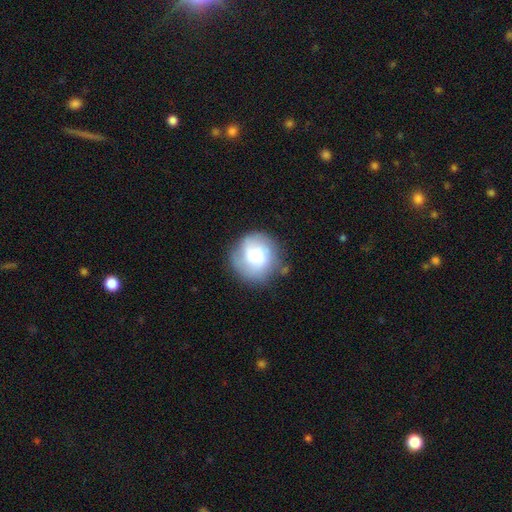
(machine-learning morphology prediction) A smooth galaxy with no disk features (56%) that is round (90%).

Vote fractions:
- Smooth or featured? smooth: 56% / featured or disk: 36% / star or artifact: 8%
- How rounded? round: 90% / in between: 9% / cigar-shaped: 1%
- Merging? none: 71% / minor disturbance: 19% / major disturbance: 8% / merger: 3%